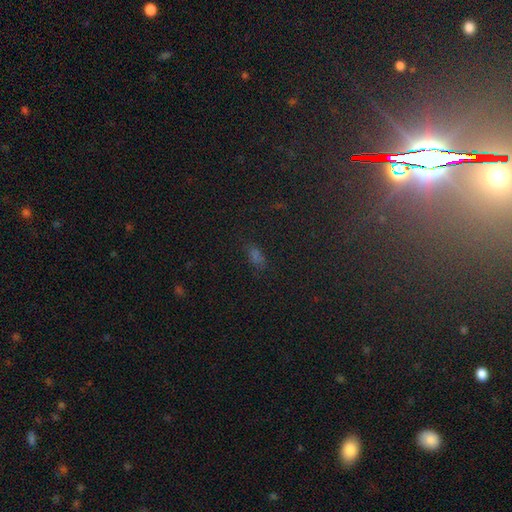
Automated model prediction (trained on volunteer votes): This is possibly a smooth galaxy (54%). How rounded: likely in between (79%). Merging: likely none (72%).